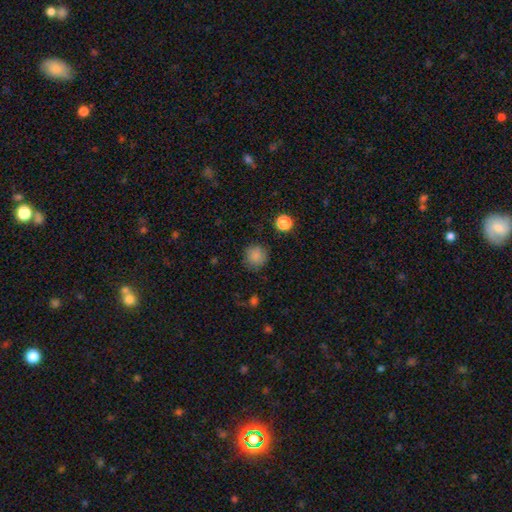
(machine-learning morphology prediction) Smooth or featured?
  - smooth: 84% *
  - star or artifact: 11%
  - featured or disk: 5%
How rounded?
  - round: 93% *
  - in between: 6%
  - cigar-shaped: 1%
Merging?
  - none: 87% *
  - minor disturbance: 9%
  - major disturbance: 3%
  - merger: 1%